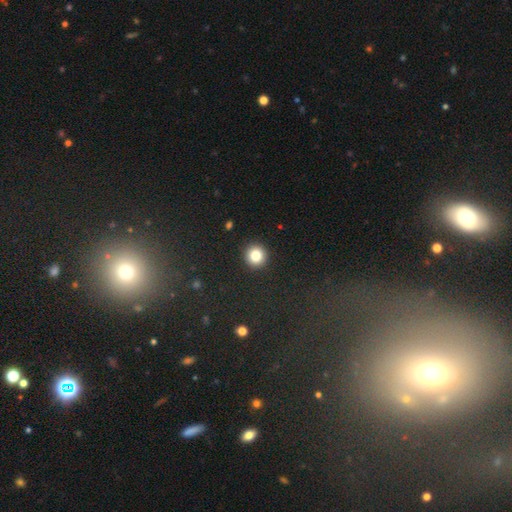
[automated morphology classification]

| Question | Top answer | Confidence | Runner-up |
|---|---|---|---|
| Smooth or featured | smooth | 83% | star or artifact (11%) |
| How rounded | round | 95% | in between (4%) |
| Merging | none | 93% | minor disturbance (4%) |